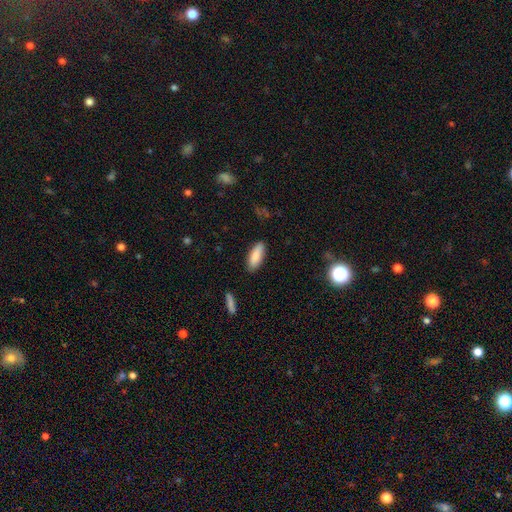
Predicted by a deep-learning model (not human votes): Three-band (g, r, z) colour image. It shows a smooth galaxy with no disk features (87%) that is in between round and cigar-shaped (73%). Merging: none (85%).